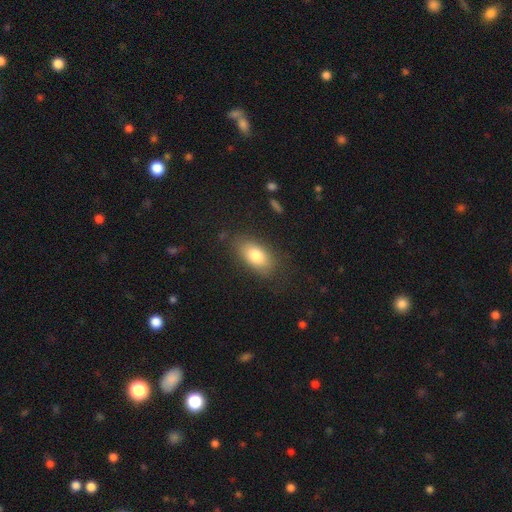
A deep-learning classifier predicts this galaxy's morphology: smooth_or_featured: smooth (p=0.78) [alt: featured or disk p=0.14]
how_rounded: in between (p=0.89) [alt: round p=0.06]
merging: none (p=0.79) [alt: minor disturbance p=0.14]